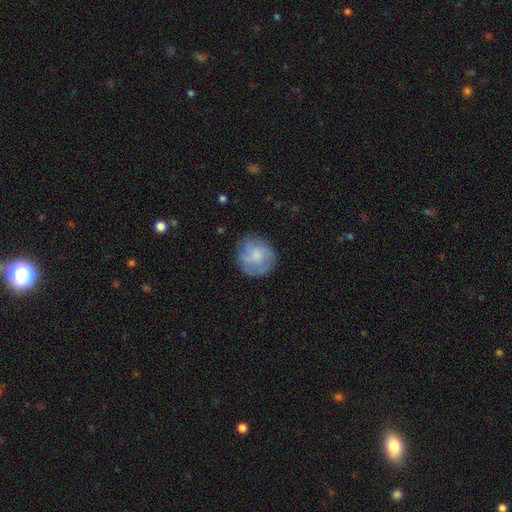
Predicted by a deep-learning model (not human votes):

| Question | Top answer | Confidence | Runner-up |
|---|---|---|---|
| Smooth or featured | smooth | 55% | featured or disk (37%) |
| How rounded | round | 86% | in between (13%) |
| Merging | none | 73% | minor disturbance (18%) |